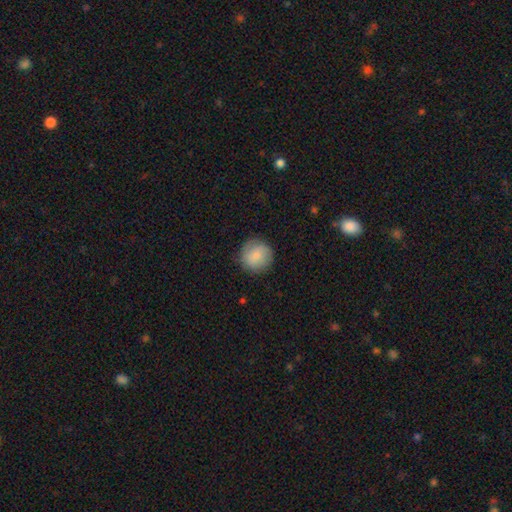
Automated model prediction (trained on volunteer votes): This is clearly a smooth galaxy (81%). How rounded: clearly round (93%). Merging: clearly none (85%).